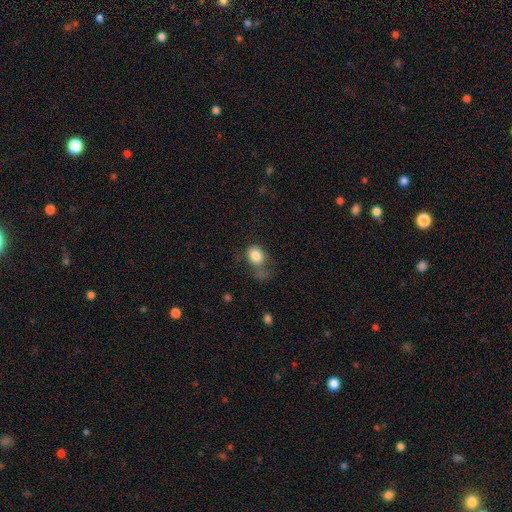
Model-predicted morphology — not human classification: smooth-or-featured: smooth: 82% | featured or disk: 9% | star or artifact: 9%
  how-rounded: in between: 53% | round: 46% | cigar-shaped: 1%
  merging: none: 35% | major disturbance: 28% | minor disturbance: 26% | merger: 12%